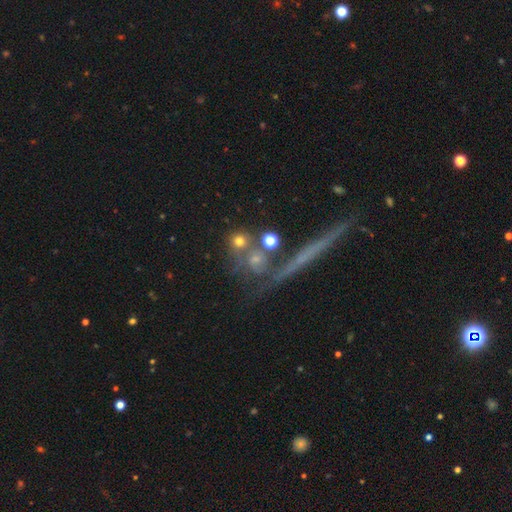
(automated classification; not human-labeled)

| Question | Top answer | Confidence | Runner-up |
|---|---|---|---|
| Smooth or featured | featured or disk | 50% | smooth (30%) |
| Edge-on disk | yes | 84% | no (16%) |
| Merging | none | 68% | merger (14%) |